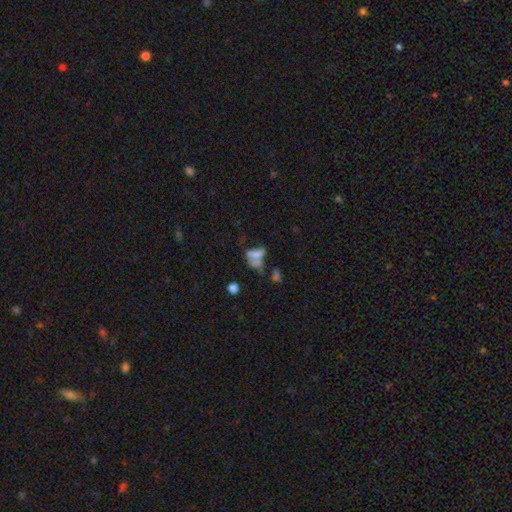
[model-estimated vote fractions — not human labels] smooth 54%, featured or disk 29%, star or artifact 17%. Down the decision tree: how rounded — in between (78%); merging — merger (42%).